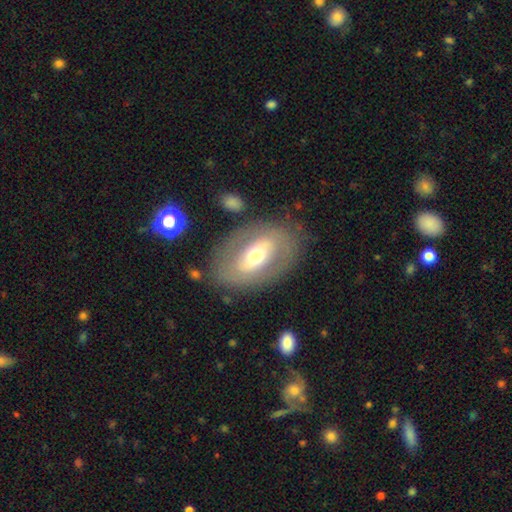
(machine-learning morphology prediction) Smooth or featured? featured or disk (64%)
Edge-on disk? no (92%)
Bar? strong (37%)
Spiral arms? no (57%)
Bulge size? moderate (66%)
Merging? none (78%)